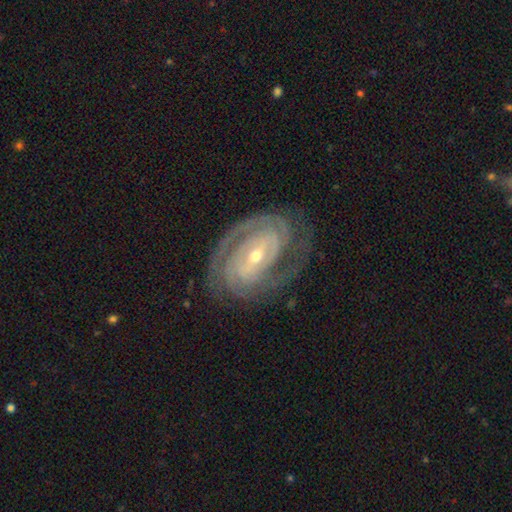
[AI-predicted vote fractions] Smooth or featured: featured or disk — 90% (smooth — 5%)
Edge-on disk: no — 96% (yes — 4%)
Bar: strong — 41% (weak — 36%)
Spiral arms: yes — 97% (no — 3%)
Spiral winding: tight — 75% (medium — 21%)
Spiral arm count: 2 — 61% (3 — 14%)
Bulge size: small — 56% (moderate — 41%)
Merging: none — 77% (minor disturbance — 15%)